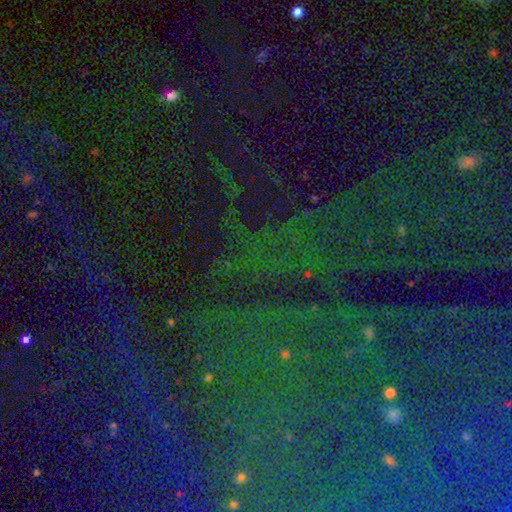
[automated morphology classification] star or artifact 79%, smooth 12%, featured or disk 10%.